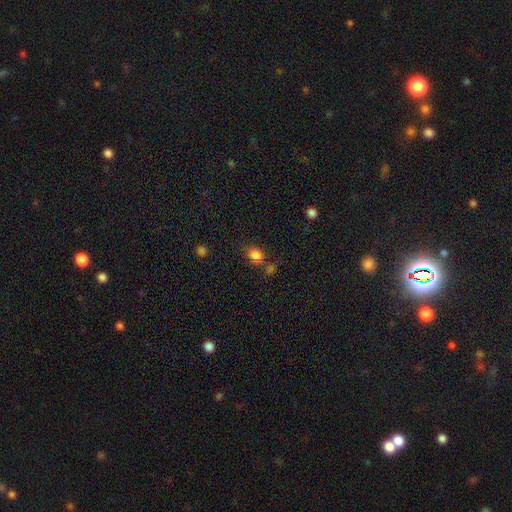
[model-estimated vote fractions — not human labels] This is likely a smooth galaxy (65%). How rounded: possibly in between (53%). Merging: possibly none (59%).